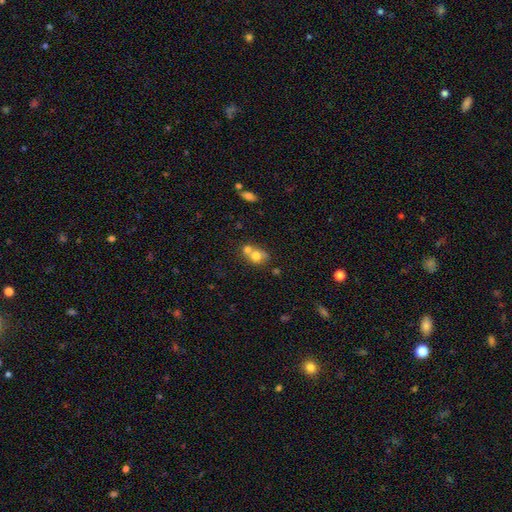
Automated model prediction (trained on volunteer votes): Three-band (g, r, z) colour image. It shows a smooth galaxy with no disk features (72%) that is round (64%). Merging: merger (56%).